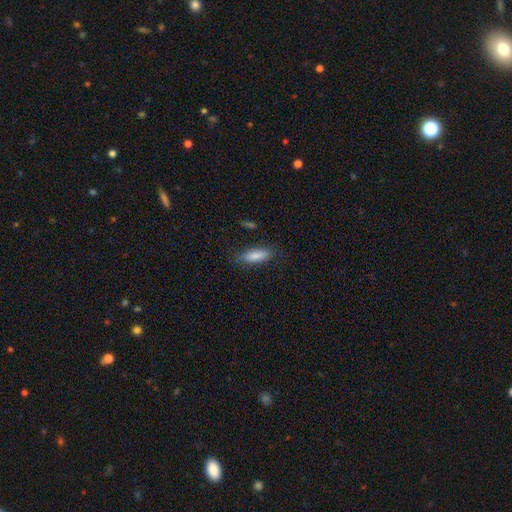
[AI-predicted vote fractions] smooth_or_featured: smooth (p=0.85) [alt: featured or disk p=0.09]
how_rounded: in between (p=0.53) [alt: cigar-shaped p=0.45]
merging: none (p=0.81) [alt: minor disturbance p=0.14]